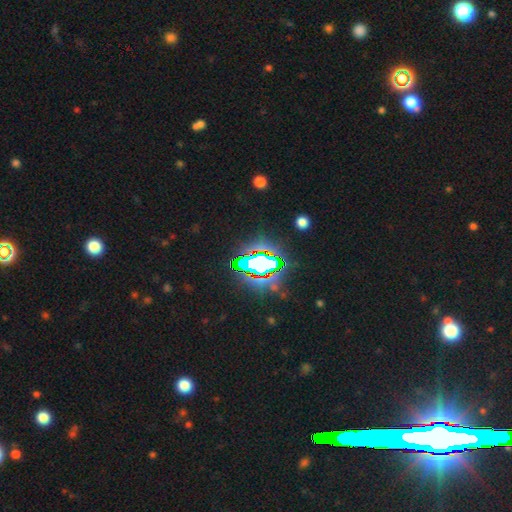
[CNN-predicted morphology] smooth-or-featured: star or artifact: 65% | smooth: 19% | featured or disk: 16%